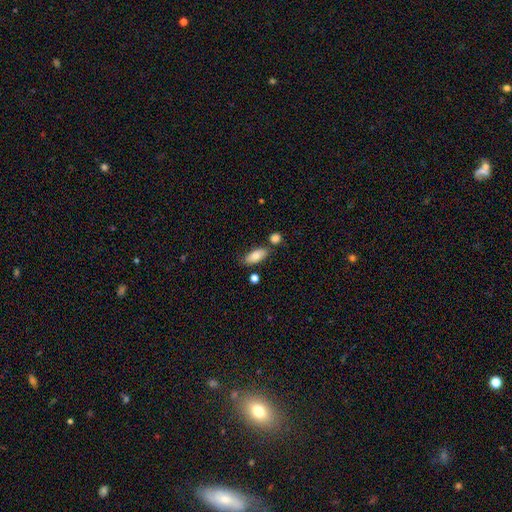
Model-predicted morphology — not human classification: Smooth or featured: smooth — 78% (featured or disk — 16%)
How rounded: in between — 87% (cigar-shaped — 10%)
Merging: none — 71% (minor disturbance — 15%)